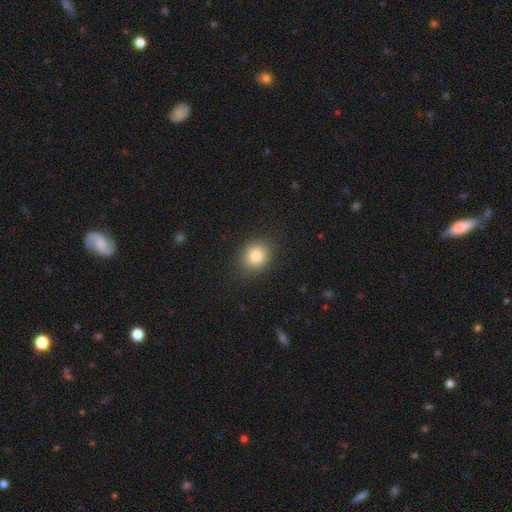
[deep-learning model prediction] A smooth galaxy with no disk features (82%) that is round (70%).

Vote fractions:
- Smooth or featured? smooth: 82% / star or artifact: 11% / featured or disk: 7%
- How rounded? round: 70% / in between: 29% / cigar-shaped: 1%
- Merging? none: 87% / minor disturbance: 9% / major disturbance: 3% / merger: 1%